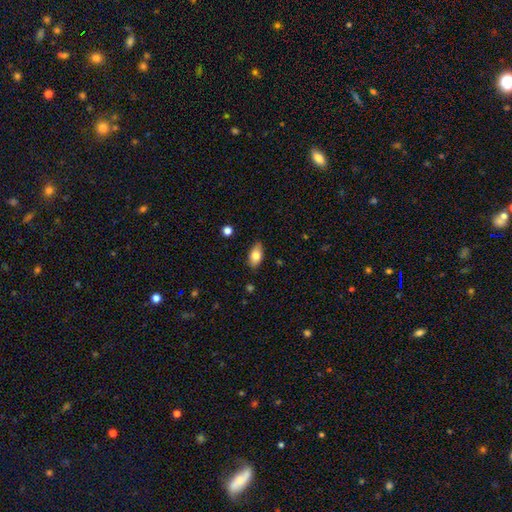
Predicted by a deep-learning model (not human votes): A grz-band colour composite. It shows a smooth galaxy with no disk features (81%) that is in between round and cigar-shaped (91%). Merging: none (82%).